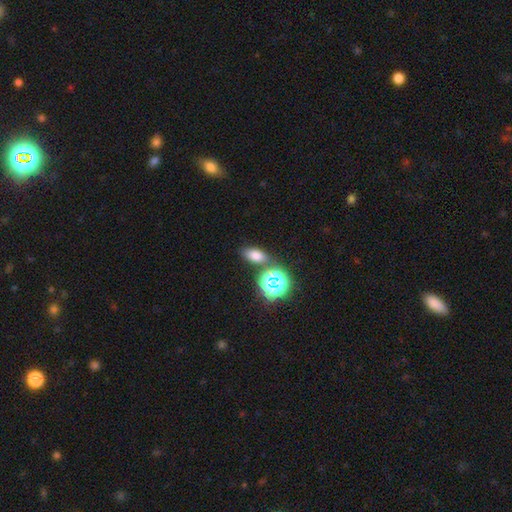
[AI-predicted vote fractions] Q: Smooth or featured?
A: smooth (68%); runner-up: star or artifact (24%)
Q: How rounded?
A: in between (81%); runner-up: round (16%)
Q: Merging?
A: none (75%); runner-up: minor disturbance (11%)